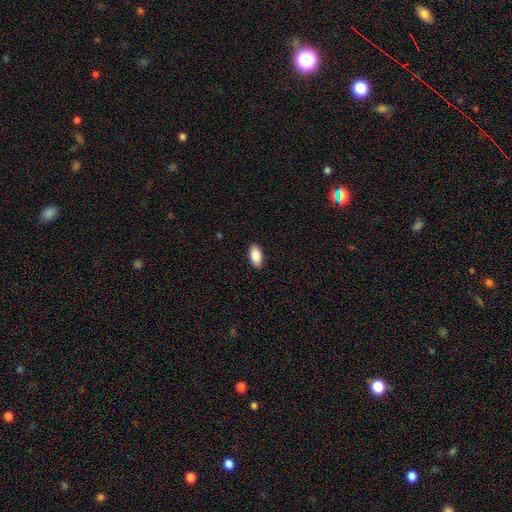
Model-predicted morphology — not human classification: smooth-or-featured: smooth: 88% | star or artifact: 6% | featured or disk: 6%
  how-rounded: in between: 92% | cigar-shaped: 5% | round: 3%
  merging: none: 89% | minor disturbance: 8% | major disturbance: 2% | merger: 1%